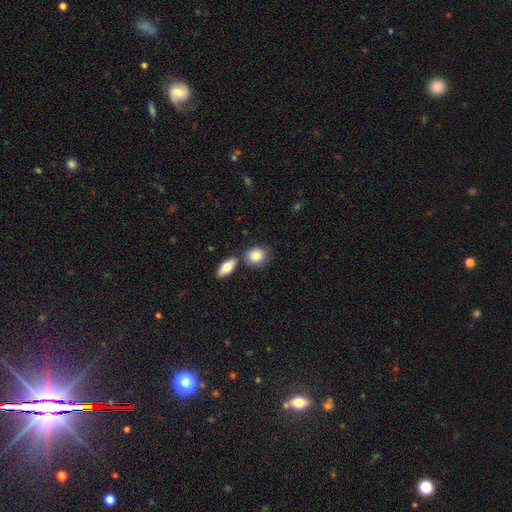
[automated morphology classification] smooth 85%, featured or disk 9%, star or artifact 6%. Down the decision tree: how rounded — round (61%); merging — none (67%).